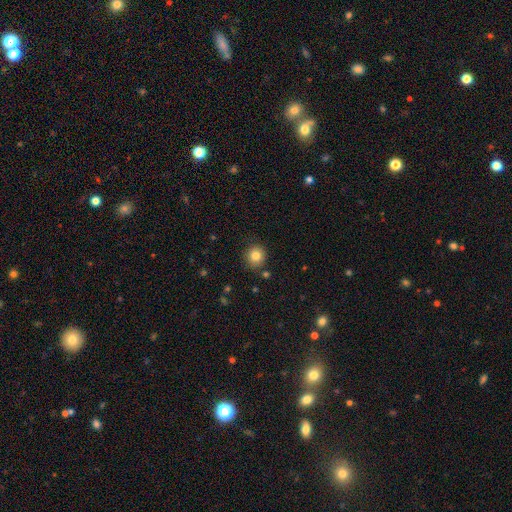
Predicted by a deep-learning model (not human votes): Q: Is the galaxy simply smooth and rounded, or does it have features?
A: smooth — 82%.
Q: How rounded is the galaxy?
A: round — 91%.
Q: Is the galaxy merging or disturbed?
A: none — 87%.